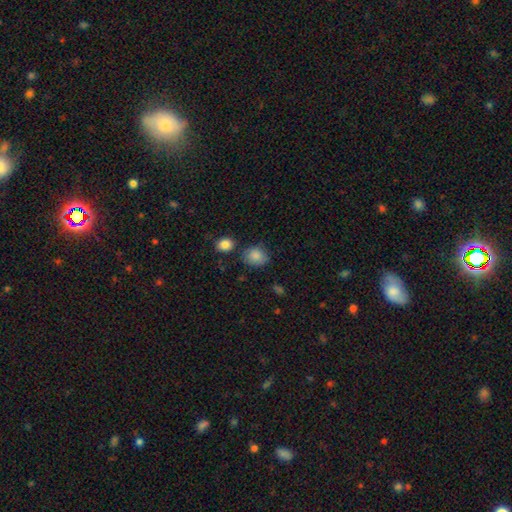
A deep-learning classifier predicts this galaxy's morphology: smooth-or-featured: smooth: 86% | star or artifact: 9% | featured or disk: 6%
  how-rounded: round: 64% | in between: 35% | cigar-shaped: 1%
  merging: none: 72% | minor disturbance: 18% | merger: 6% | major disturbance: 4%